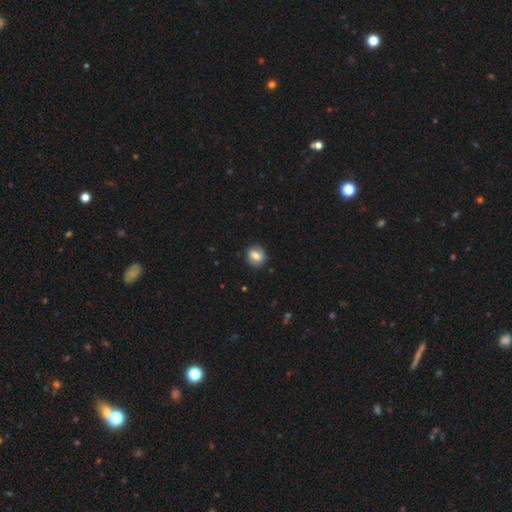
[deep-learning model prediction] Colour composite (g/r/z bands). It shows a smooth galaxy with no disk features (68%) that is round (74%). Merging: none (83%).